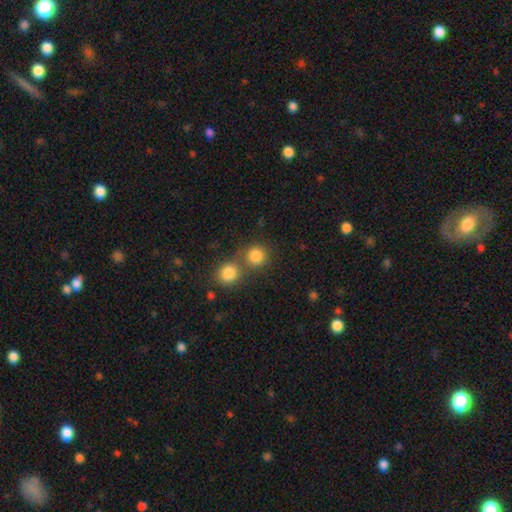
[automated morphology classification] smooth-or-featured: smooth: 84% | star or artifact: 11% | featured or disk: 6%
  how-rounded: round: 89% | in between: 10% | cigar-shaped: 1%
  merging: none: 58% | merger: 31% | minor disturbance: 7% | major disturbance: 3%